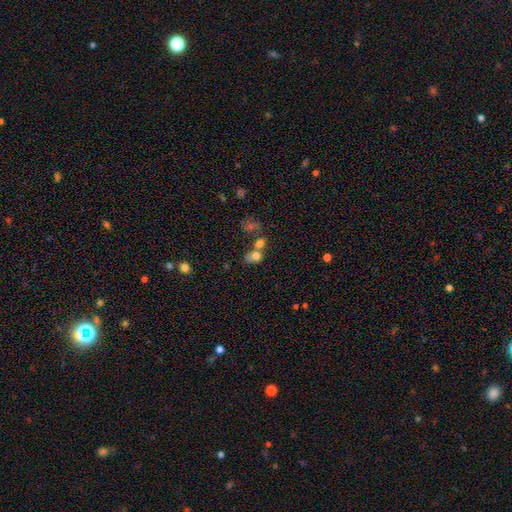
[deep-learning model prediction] This is likely a smooth galaxy (75%). How rounded: possibly in between (54%). Merging: possibly merger (49%).